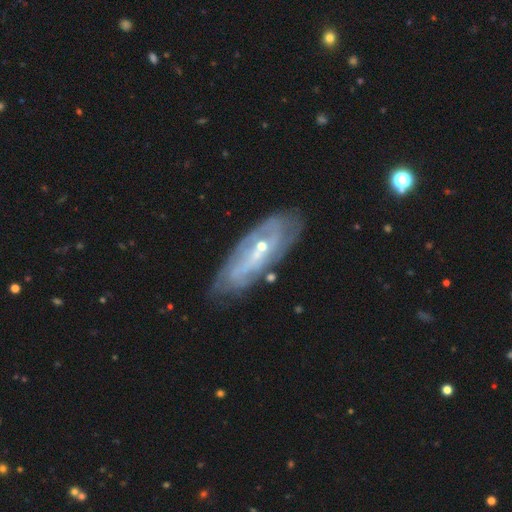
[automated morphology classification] This is likely a featured or disk galaxy (77%). It is clearly not viewed edge-on (83%). Bar: possibly no (48%). Spiral arm pattern: likely yes (77%). Central bulge: likely small (71%). Merging: likely none (70%).